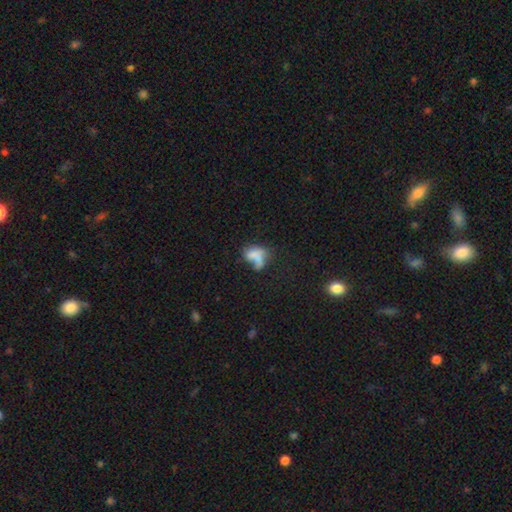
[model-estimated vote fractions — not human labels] This appears to be a smooth galaxy with no disk features (58%) that is in between round and cigar-shaped (80%). Merging: major disturbance (31%).